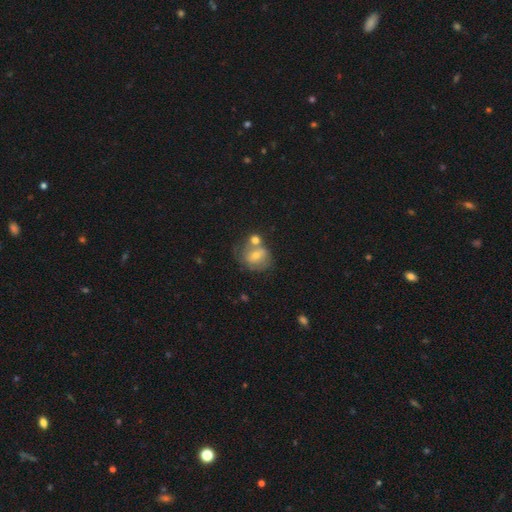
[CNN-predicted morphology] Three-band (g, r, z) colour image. It shows a smooth galaxy with no disk features (51%) that is round (66%). Merging: none (39%).